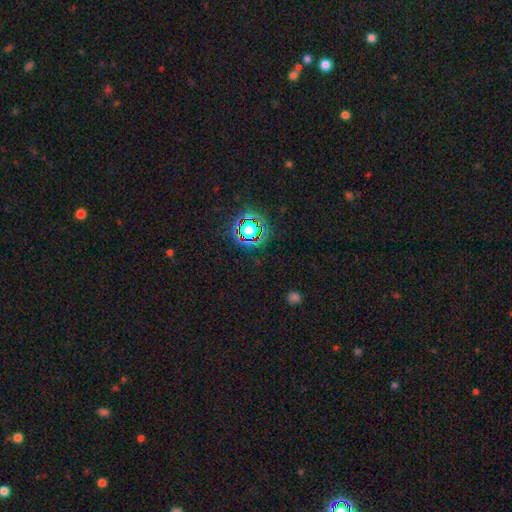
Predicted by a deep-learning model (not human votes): star or artifact 80%, smooth 13%, featured or disk 7%.